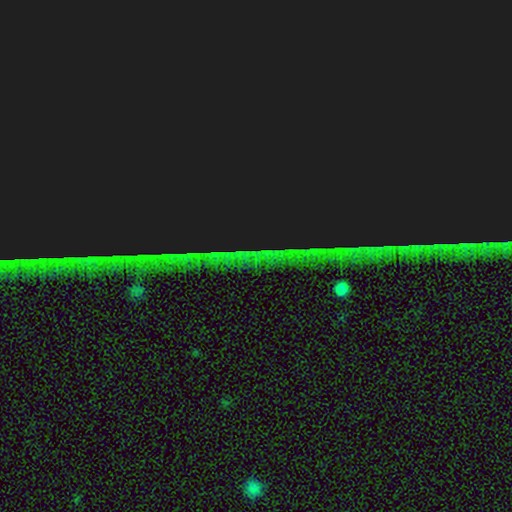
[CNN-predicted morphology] A star or artifact, not a galaxy (85%).